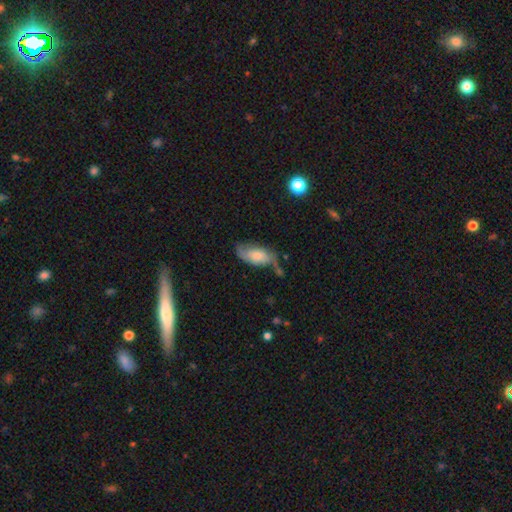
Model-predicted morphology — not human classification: Smooth or featured? Predicted: smooth (p=0.51). How rounded? Predicted: in between (p=0.88). Merging? Predicted: none (p=0.49).